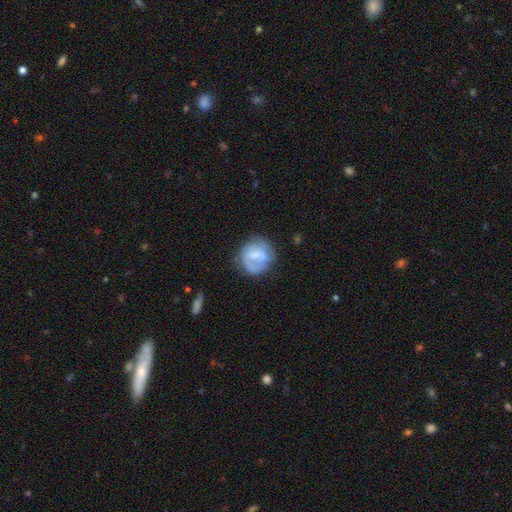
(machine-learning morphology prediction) type=smooth (51%); roundness=round (82%); merging=none (55%).